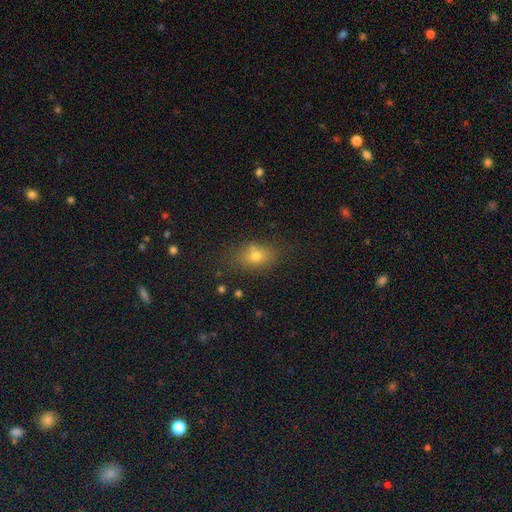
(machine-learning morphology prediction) Smooth or featured: smooth — 71% (star or artifact — 15%)
How rounded: in between — 70% (round — 27%)
Merging: none — 74% (minor disturbance — 17%)